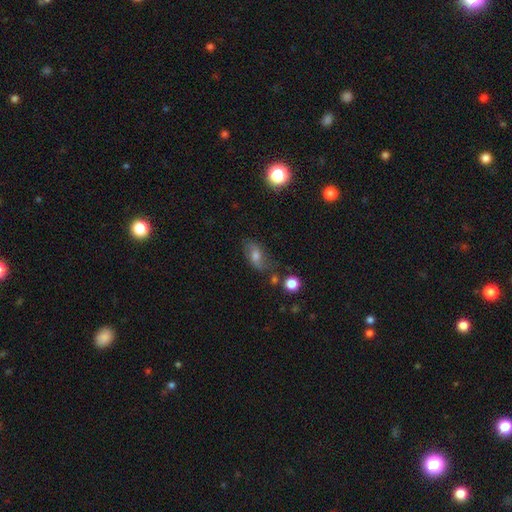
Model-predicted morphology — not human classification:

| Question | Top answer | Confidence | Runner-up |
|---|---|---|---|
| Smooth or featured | smooth | 47% | featured or disk (39%) |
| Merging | none | 67% | minor disturbance (21%) |